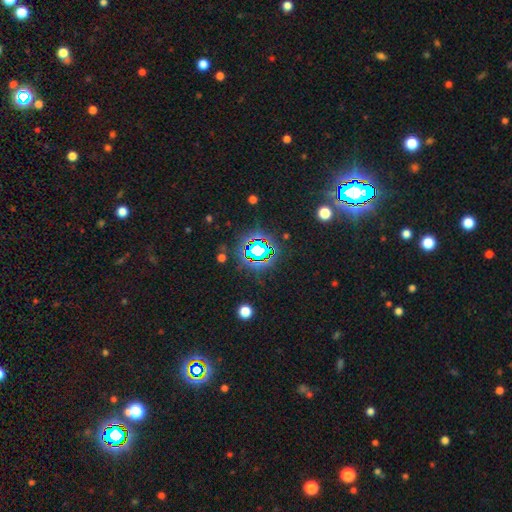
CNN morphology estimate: star or artifact 76%, smooth 15%, featured or disk 9%.